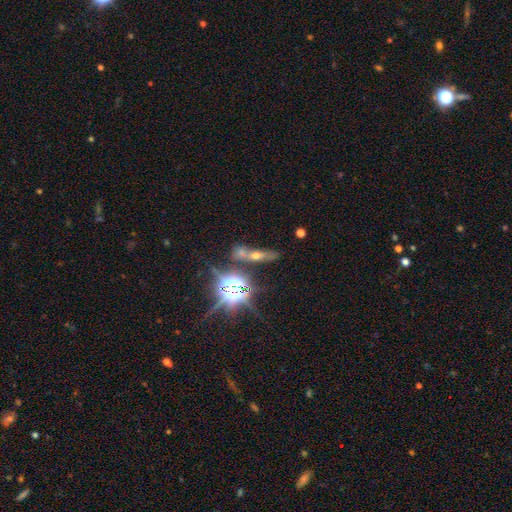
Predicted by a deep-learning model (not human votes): Smooth or featured: star or artifact — 40% (featured or disk — 32%)